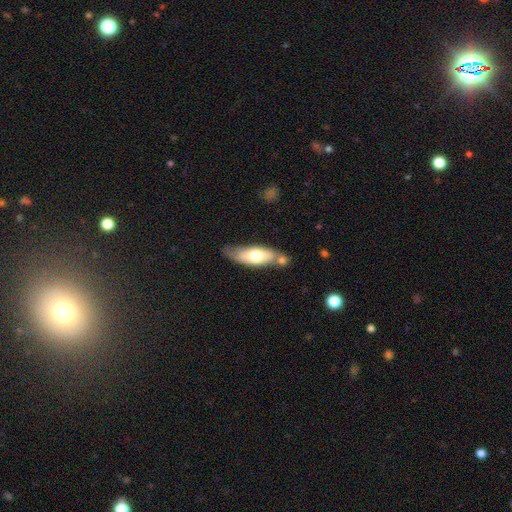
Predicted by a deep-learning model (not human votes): smooth_or_featured: smooth (p=0.59) [alt: featured or disk p=0.36]
how_rounded: in between (p=0.62) [alt: cigar-shaped p=0.35]
merging: none (p=0.50) [alt: merger p=0.23]